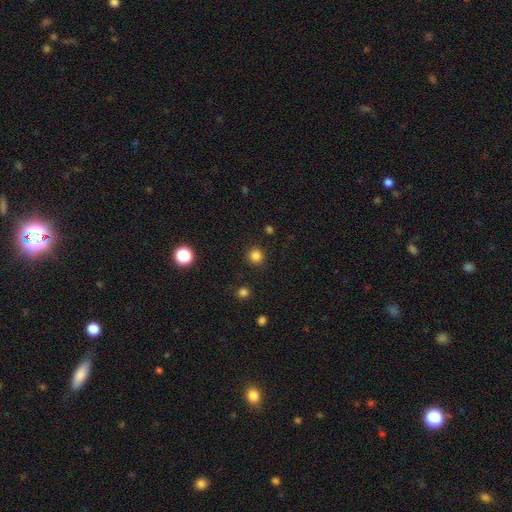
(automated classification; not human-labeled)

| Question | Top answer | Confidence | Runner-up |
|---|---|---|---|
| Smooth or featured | smooth | 84% | star or artifact (13%) |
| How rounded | round | 93% | in between (6%) |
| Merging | none | 91% | minor disturbance (6%) |